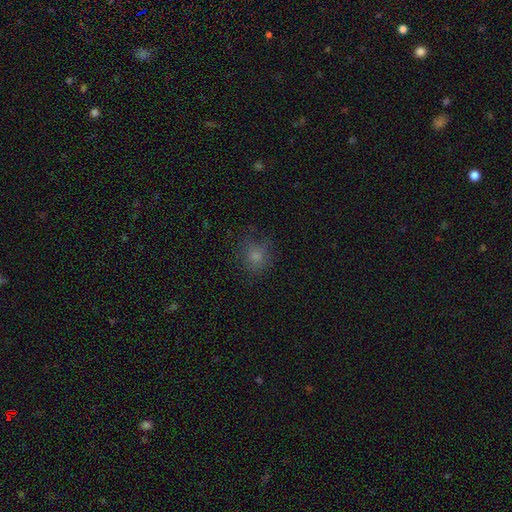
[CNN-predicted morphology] Smooth or featured? Predicted: smooth (p=0.76). How rounded? Predicted: round (p=0.80). Merging? Predicted: none (p=0.74).